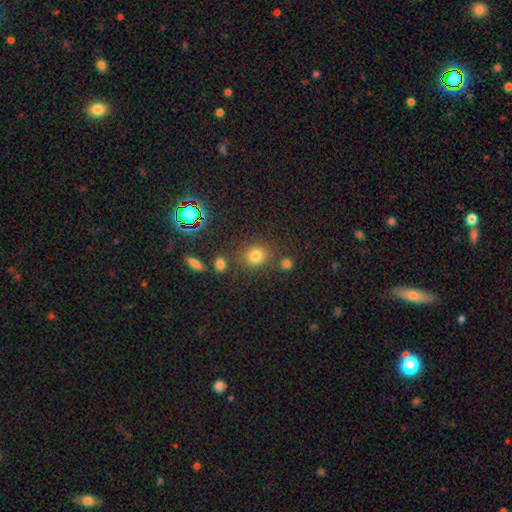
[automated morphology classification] The model was most divided on "how rounded": round: 75%, in between: 23%, cigar-shaped: 1%. More confident: merging — none (75%); smooth or featured — smooth (75%).